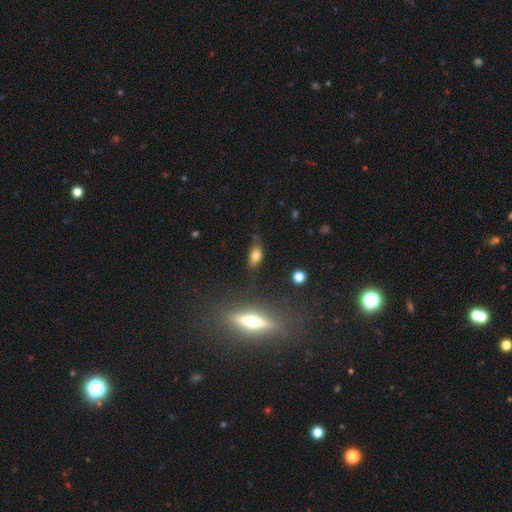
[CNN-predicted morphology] Q: Smooth or featured?
A: smooth (74%); runner-up: featured or disk (16%)
Q: How rounded?
A: in between (83%); runner-up: cigar-shaped (9%)
Q: Merging?
A: none (74%); runner-up: minor disturbance (18%)